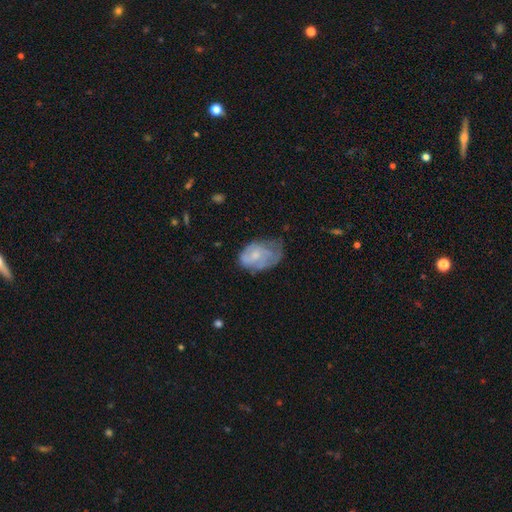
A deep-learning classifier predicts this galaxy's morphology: The model was most divided on "merging": minor disturbance: 38%, none: 37%, major disturbance: 23%, merger: 2%. Remaining: smooth or featured — featured or disk (49%).